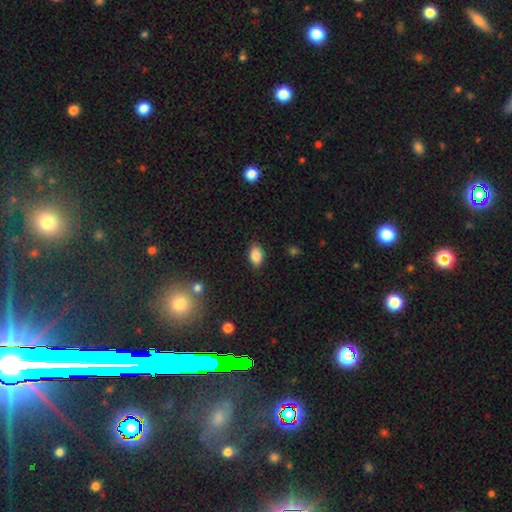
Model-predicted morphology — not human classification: type=smooth (86%); roundness=in between (89%); merging=none (85%).